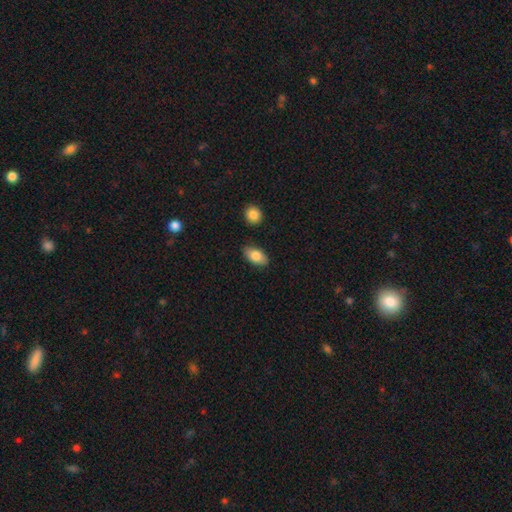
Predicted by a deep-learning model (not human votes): smooth 83%, featured or disk 10%, star or artifact 7%. Down the decision tree: how rounded — in between (92%); merging — none (84%).